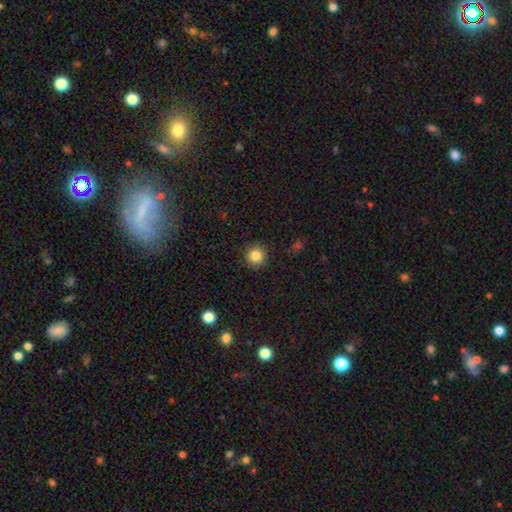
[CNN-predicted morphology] Overall: smooth (84%). How rounded: round (95%). Merging: none (92%).